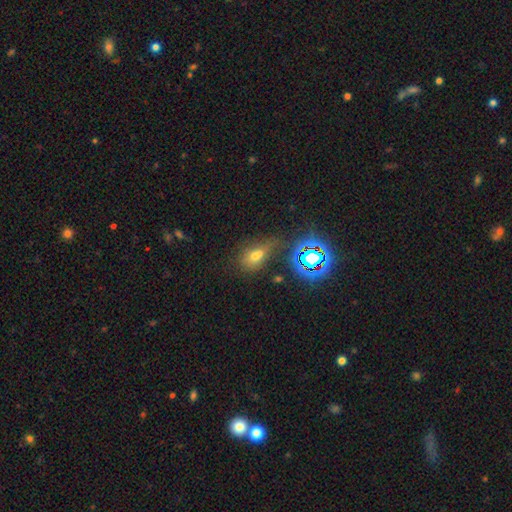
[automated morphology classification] This is possibly a smooth galaxy (52%). How rounded: likely in between (72%). Merging: marginally none (45%).